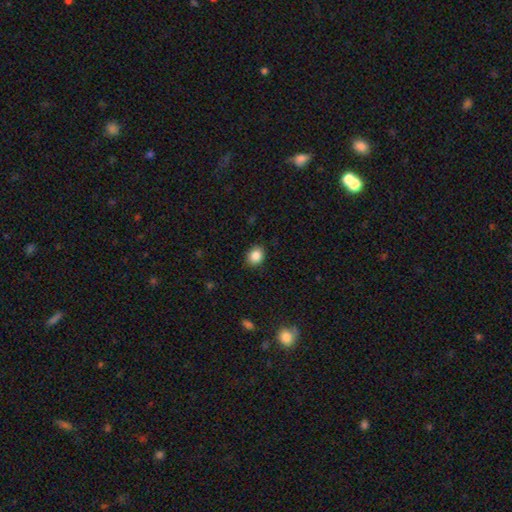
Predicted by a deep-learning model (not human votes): Smooth or featured? smooth (86%)
How rounded? round (58%)
Merging? none (87%)